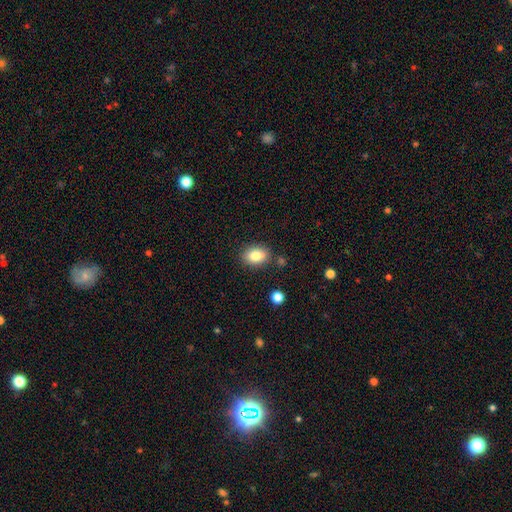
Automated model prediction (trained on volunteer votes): Overall: smooth (82%). How rounded: in between (72%). Merging: none (81%).